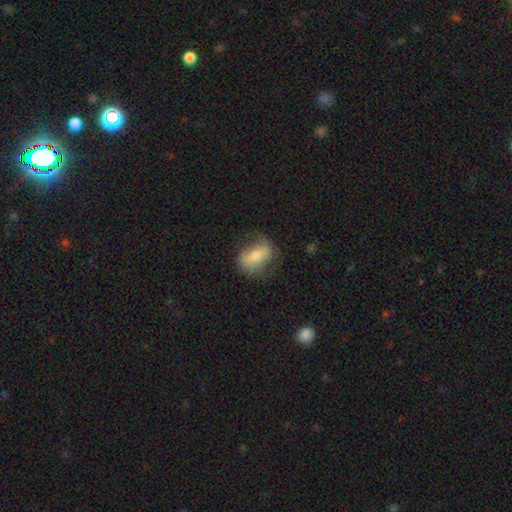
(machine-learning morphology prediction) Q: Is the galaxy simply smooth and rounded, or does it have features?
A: smooth — 51%.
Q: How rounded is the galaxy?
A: in between — 76%.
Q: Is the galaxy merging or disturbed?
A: none — 64%.